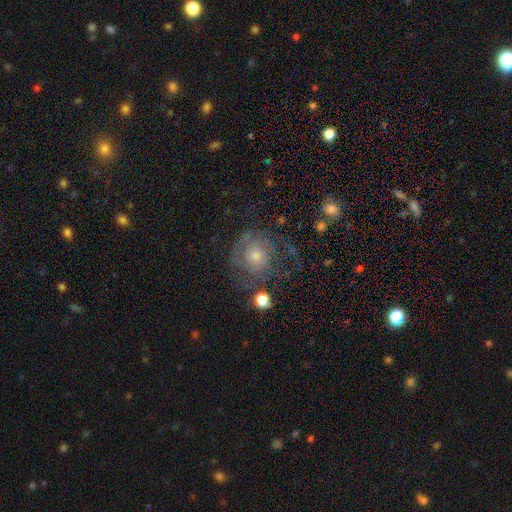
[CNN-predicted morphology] Q: Smooth or featured?
A: featured or disk (67%); runner-up: smooth (21%)
Q: Edge-on disk?
A: no (97%); runner-up: yes (3%)
Q: Bar?
A: no (81%); runner-up: weak (16%)
Q: Spiral arms?
A: yes (83%); runner-up: no (17%)
Q: Spiral winding?
A: tight (55%); runner-up: medium (32%)
Q: Spiral arm count?
A: can't tell (36%); runner-up: 2 (35%)
Q: Bulge size?
A: moderate (46%); runner-up: small (43%)
Q: Merging?
A: none (60%); runner-up: major disturbance (19%)